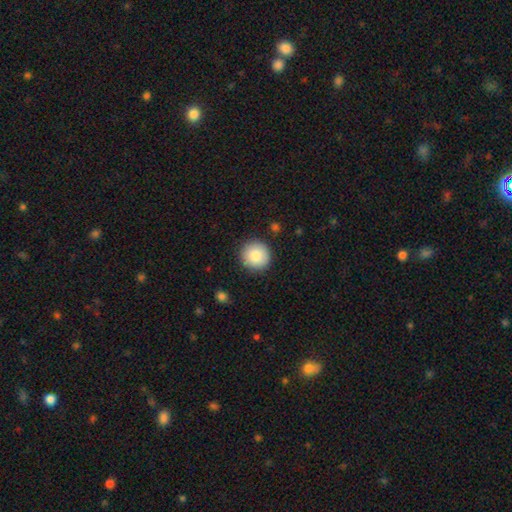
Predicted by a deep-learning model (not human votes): Smooth or featured: smooth — 86% (star or artifact — 7%)
How rounded: round — 94% (in between — 5%)
Merging: none — 89% (minor disturbance — 7%)